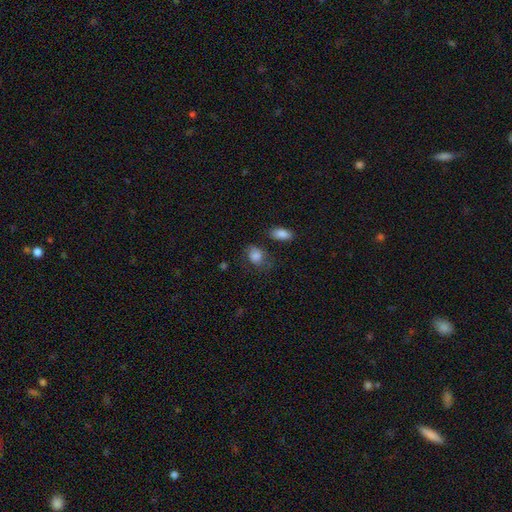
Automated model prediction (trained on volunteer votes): smooth 82%, featured or disk 9%, star or artifact 9%. Down the decision tree: how rounded — in between (65%); merging — none (54%).